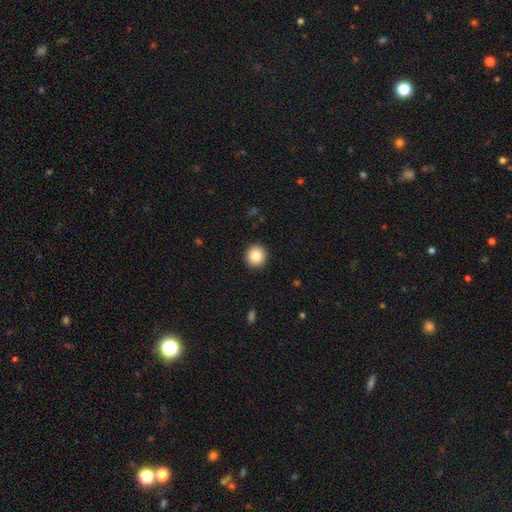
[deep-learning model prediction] A smooth galaxy with no disk features (85%) that is round (94%).

Vote fractions:
- Smooth or featured? smooth: 85% / star or artifact: 9% / featured or disk: 6%
- How rounded? round: 94% / in between: 5% / cigar-shaped: 1%
- Merging? none: 93% / minor disturbance: 5% / major disturbance: 2% / merger: 1%